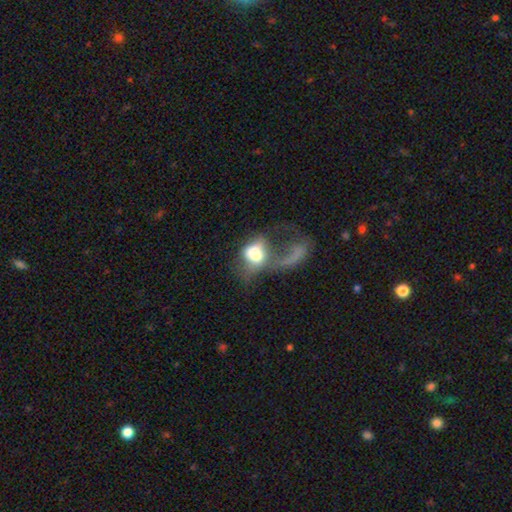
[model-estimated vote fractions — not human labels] Overall: smooth (55%; featured or disk 35%). How rounded: in between (60%; round 37%). Merging: major disturbance (52%; merger 28%).